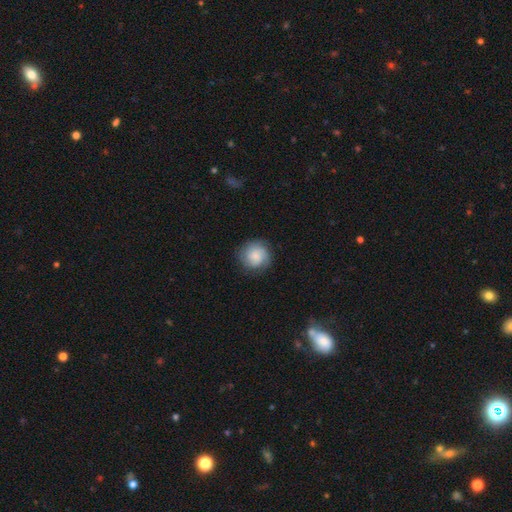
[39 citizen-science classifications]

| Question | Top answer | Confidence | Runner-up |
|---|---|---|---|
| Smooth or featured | smooth | 67% | featured or disk (28%) |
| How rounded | round | 92% | in between (8%) |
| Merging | none | 81% | minor disturbance (14%) |